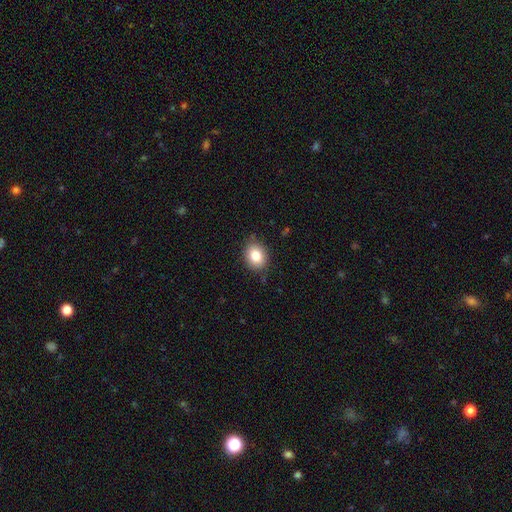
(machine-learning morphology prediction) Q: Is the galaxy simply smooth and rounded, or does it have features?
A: smooth — 82%.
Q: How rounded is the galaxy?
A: round — 50%.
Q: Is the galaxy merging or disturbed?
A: none — 85%.